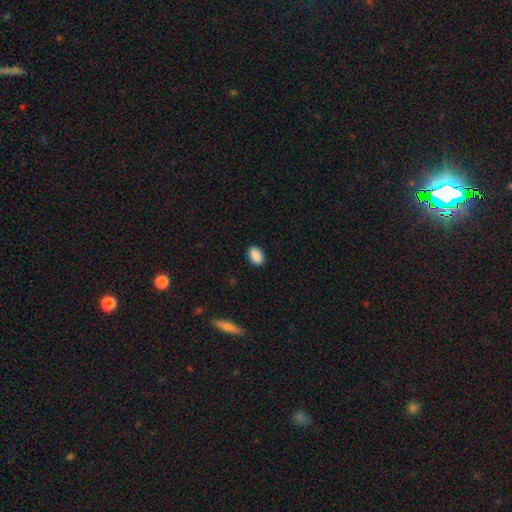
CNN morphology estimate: A smooth galaxy with no disk features (90%) that is in between round and cigar-shaped (88%). Merging: none (88%).